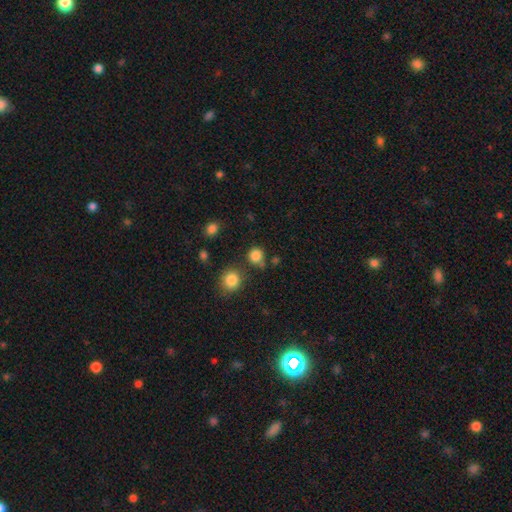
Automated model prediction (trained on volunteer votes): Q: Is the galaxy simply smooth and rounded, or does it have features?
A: smooth — 83%.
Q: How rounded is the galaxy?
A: round — 88%.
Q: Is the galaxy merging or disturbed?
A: none — 72%.